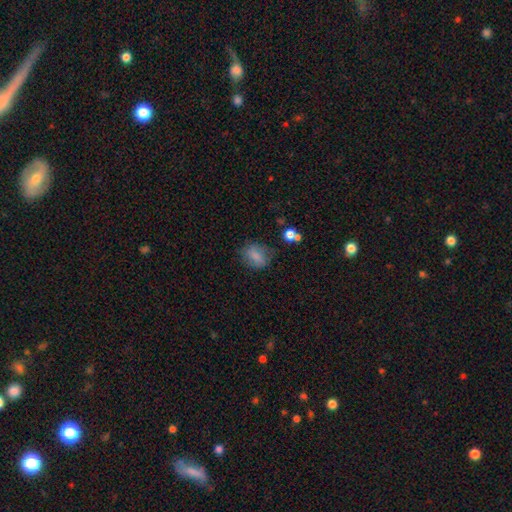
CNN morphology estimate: Smooth or featured? smooth (76%)
How rounded? in between (64%)
Merging? none (65%)